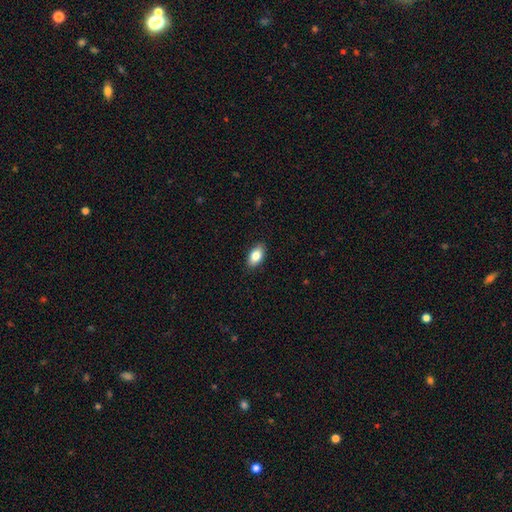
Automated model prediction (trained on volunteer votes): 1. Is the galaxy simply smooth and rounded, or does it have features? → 83% smooth, 10% featured or disk, 7% star or artifact.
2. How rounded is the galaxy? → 91% in between, 5% round, 4% cigar-shaped.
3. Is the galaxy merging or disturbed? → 89% none, 8% minor disturbance, 2% major disturbance, 1% merger.